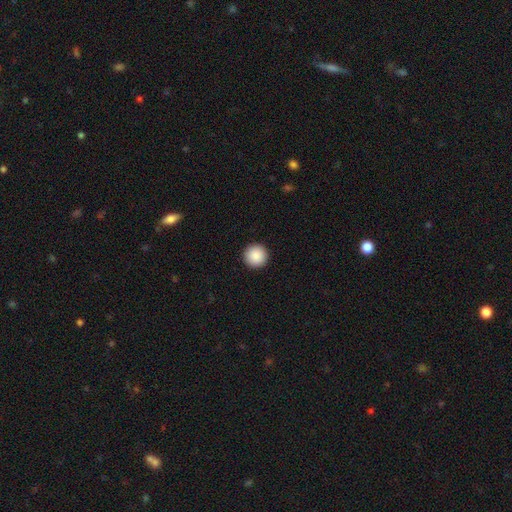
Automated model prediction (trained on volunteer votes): Q: Smooth or featured?
A: smooth (89%); runner-up: star or artifact (8%)
Q: How rounded?
A: round (96%); runner-up: in between (3%)
Q: Merging?
A: none (94%); runner-up: minor disturbance (4%)